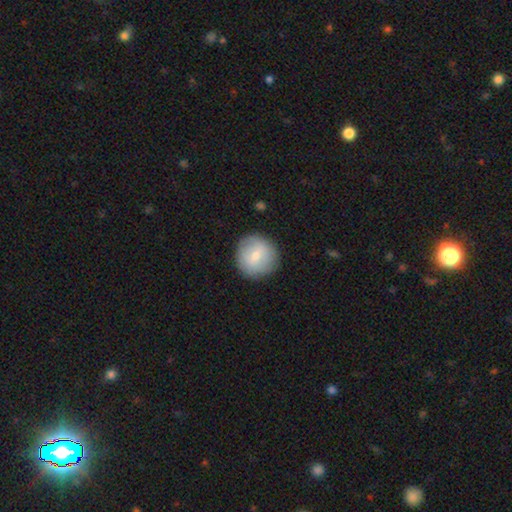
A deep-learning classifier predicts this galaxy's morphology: The model was most divided on "smooth or featured": smooth: 69%, featured or disk: 23%, star or artifact: 7%. More confident: how rounded — round (94%); merging — none (88%).